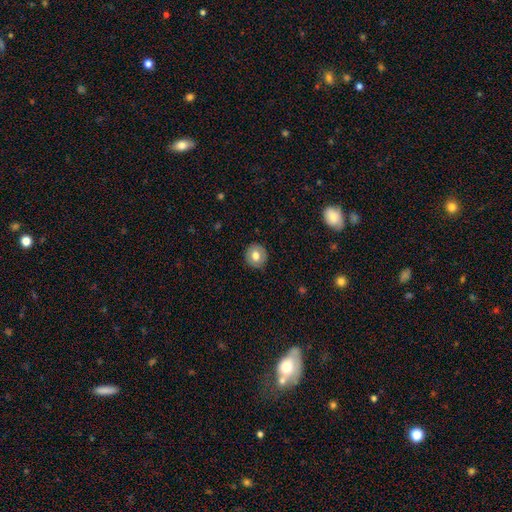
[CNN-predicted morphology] smooth 73%, featured or disk 19%, star or artifact 8%. Down the decision tree: how rounded — round (88%); merging — none (88%).